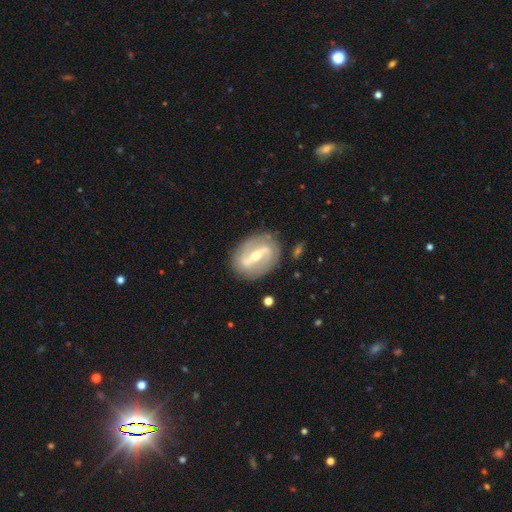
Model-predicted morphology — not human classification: A featured or disk galaxy (83%) with a strong bar (67%), 2 (84%) medium (39%) spiral arms (78%) and a moderate central bulge (62%). Merging: none (83%).